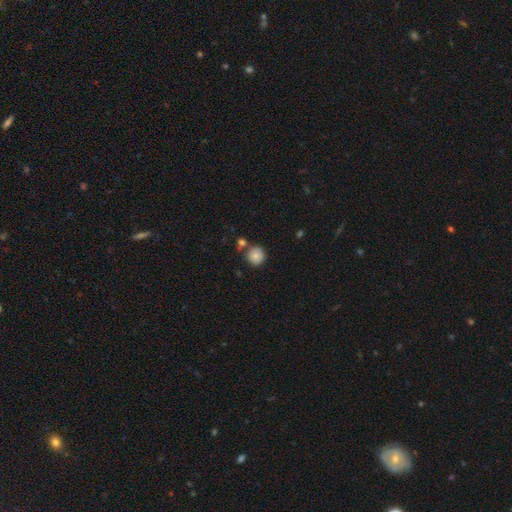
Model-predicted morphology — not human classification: Smooth or featured: smooth — 81% (star or artifact — 10%)
How rounded: round — 92% (in between — 7%)
Merging: none — 72% (merger — 15%)